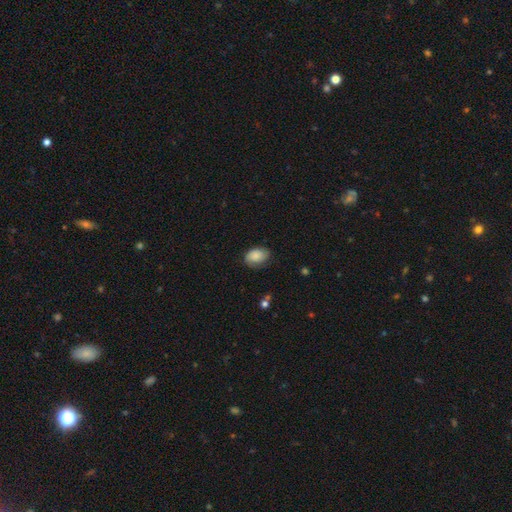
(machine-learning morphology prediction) smooth 77%, featured or disk 16%, star or artifact 7%. Down the decision tree: how rounded — in between (82%); merging — none (63%).